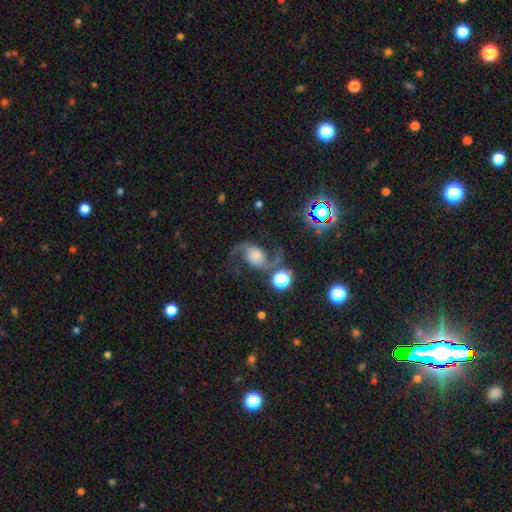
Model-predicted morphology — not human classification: smooth_or_featured: featured or disk (p=0.81) [alt: star or artifact p=0.10]
disk_edge_on: no (p=0.97) [alt: yes p=0.03]
bar: no (p=0.64) [alt: weak p=0.26]
has_spiral_arms: yes (p=0.96) [alt: no p=0.04]
spiral_winding: loose (p=0.73) [alt: medium p=0.23]
spiral_arm_count: 2 (p=0.94) [alt: 1 p=0.02]
bulge_size: moderate (p=0.29) [alt: large p=0.25]
merging: none (p=0.66) [alt: minor disturbance p=0.16]